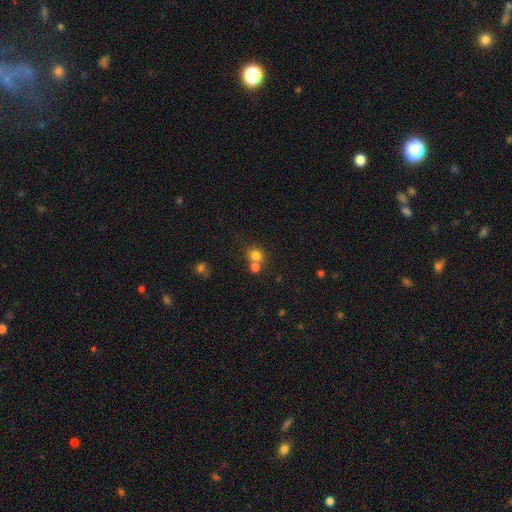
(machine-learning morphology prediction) Smooth or featured? smooth (78%)
How rounded? round (72%)
Merging? none (46%)